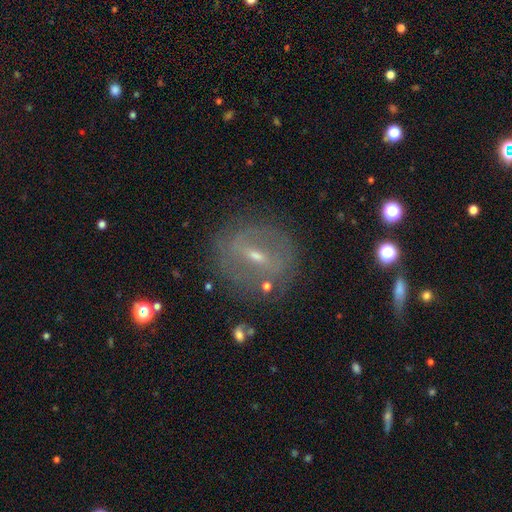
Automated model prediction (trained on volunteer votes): smooth_or_featured: featured or disk (p=0.70) [alt: smooth p=0.19]
disk_edge_on: no (p=0.87) [alt: yes p=0.13]
bar: strong (p=0.49) [alt: weak p=0.37]
has_spiral_arms: no (p=0.56) [alt: yes p=0.44]
bulge_size: small (p=0.65) [alt: moderate p=0.31]
merging: none (p=0.78) [alt: minor disturbance p=0.14]